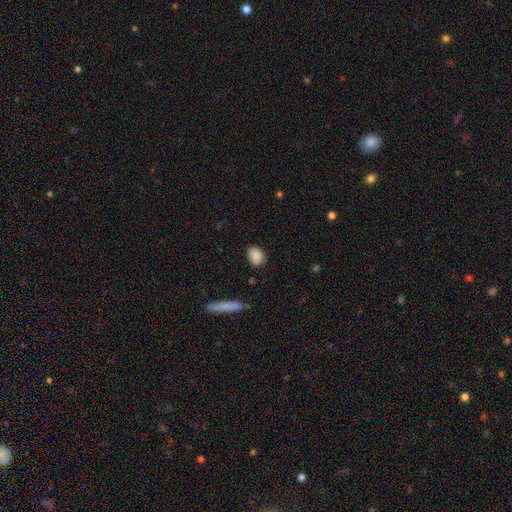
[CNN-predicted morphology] type=smooth (87%); roundness=in between (68%); merging=none (77%).